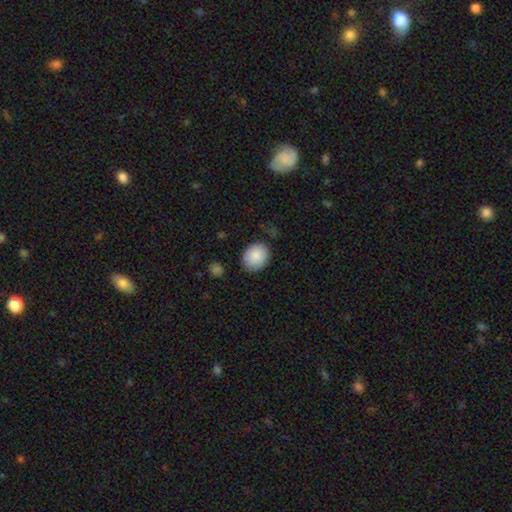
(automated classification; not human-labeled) smooth 88%, star or artifact 7%, featured or disk 5%. Down the decision tree: how rounded — round (55%); merging — none (81%).